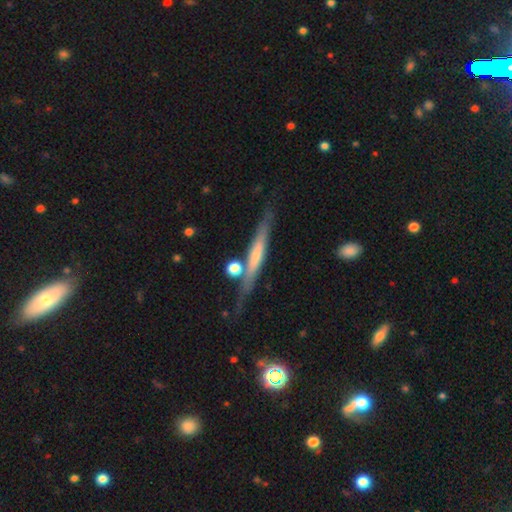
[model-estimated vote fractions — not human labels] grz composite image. It shows a featured or disk galaxy (53%) viewed edge-on (91%). Merging: none (70%).